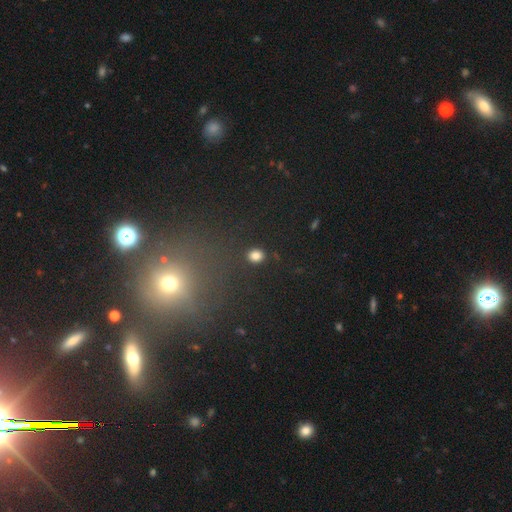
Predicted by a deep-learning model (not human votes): Smooth or featured: smooth — 82% (star or artifact — 13%)
How rounded: round — 62% (in between — 36%)
Merging: none — 87% (minor disturbance — 8%)